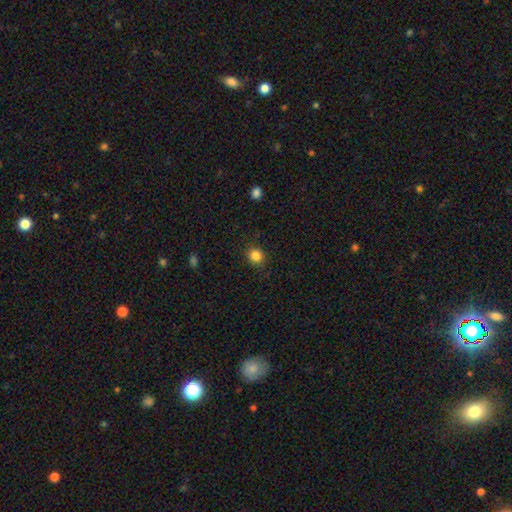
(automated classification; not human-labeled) Smooth or featured? smooth (85%)
How rounded? round (86%)
Merging? none (88%)